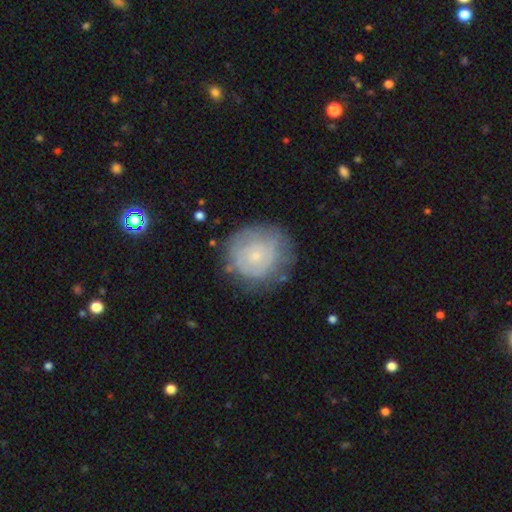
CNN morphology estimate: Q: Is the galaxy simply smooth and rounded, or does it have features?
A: smooth — 49%.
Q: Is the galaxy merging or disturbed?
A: none — 71%.